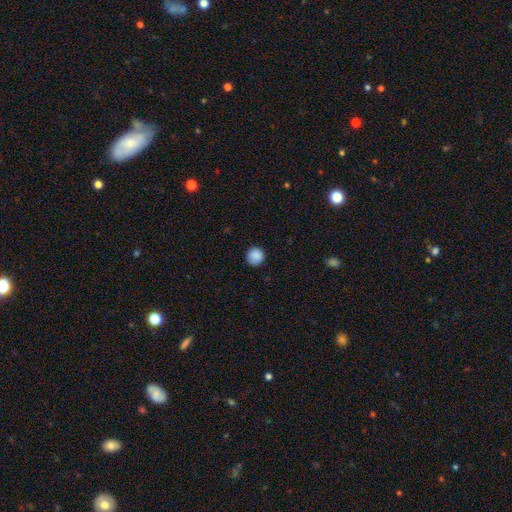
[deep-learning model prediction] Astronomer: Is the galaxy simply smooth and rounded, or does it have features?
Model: smooth — 88%.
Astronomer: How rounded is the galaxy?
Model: round — 94%.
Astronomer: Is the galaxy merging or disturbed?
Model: none — 90%.